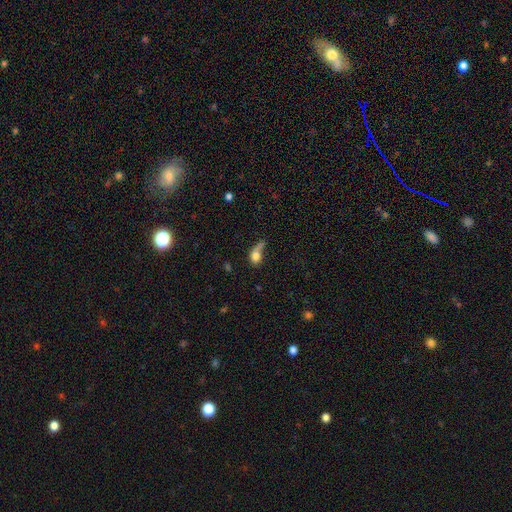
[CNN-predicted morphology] A smooth galaxy with no disk features (71%) that is in between round and cigar-shaped (60%). Merging: major disturbance (34%).